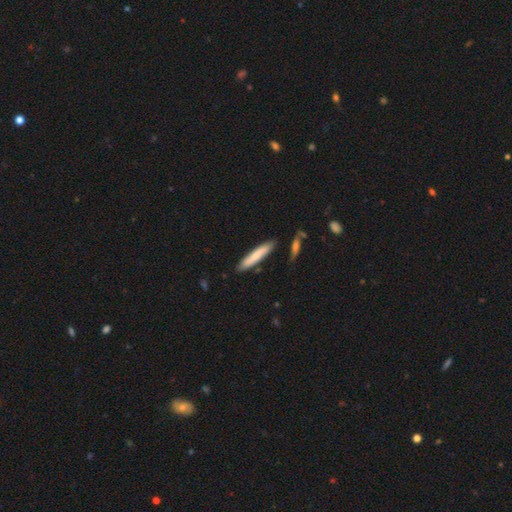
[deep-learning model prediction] A smooth galaxy with no disk features (75%) that is cigar-shaped (89%). Merging: none (84%).